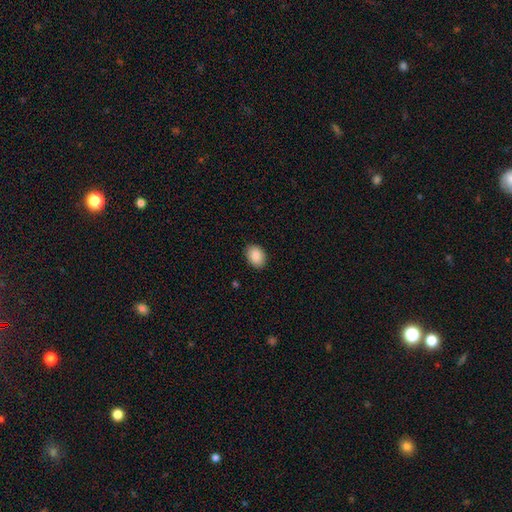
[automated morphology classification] Overall: smooth (89%). How rounded: in between (76%). Merging: none (89%).